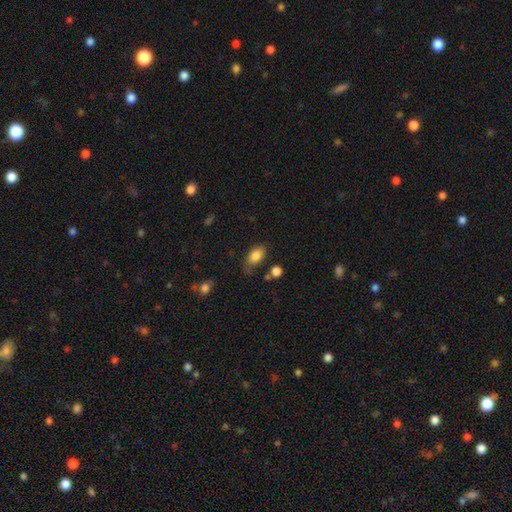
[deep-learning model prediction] smooth 84%, star or artifact 8%, featured or disk 8%. Down the decision tree: how rounded — in between (89%); merging — none (62%).